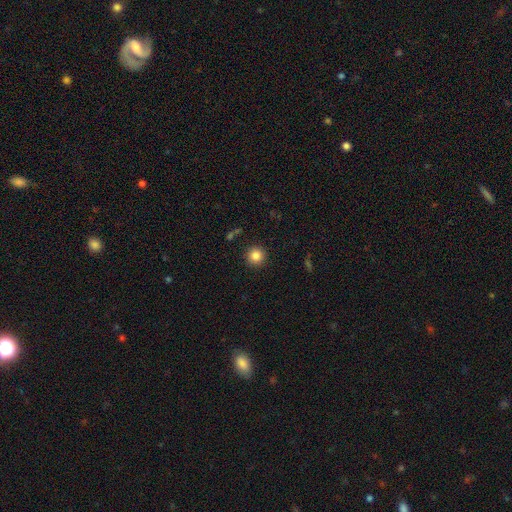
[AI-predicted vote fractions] Smooth or featured?
  - smooth: 84% *
  - star or artifact: 11%
  - featured or disk: 5%
How rounded?
  - round: 95% *
  - in between: 4%
  - cigar-shaped: 1%
Merging?
  - none: 91% *
  - minor disturbance: 5%
  - major disturbance: 2%
  - merger: 1%